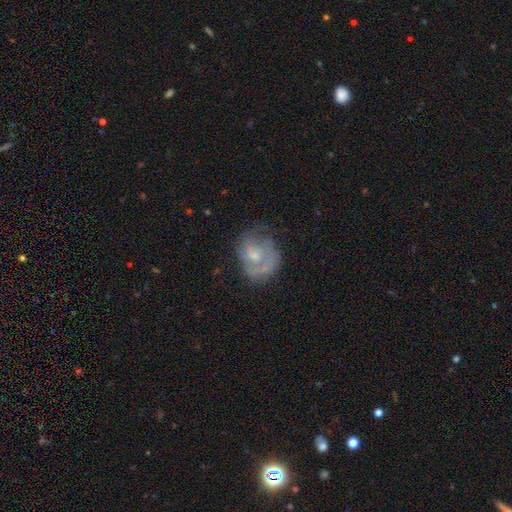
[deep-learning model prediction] smooth-or-featured: featured or disk: 65% | smooth: 28% | star or artifact: 7%
  disk-edge-on: no: 98% | yes: 2%
    bar: no: 69% | weak: 28% | strong: 3%
    has-spiral-arms: yes: 77% | no: 23%
    bulge-size: small: 51% | moderate: 38% | none: 8% | large: 3% | dominant: 1%
  merging: none: 50% | minor disturbance: 25% | major disturbance: 21% | merger: 3%